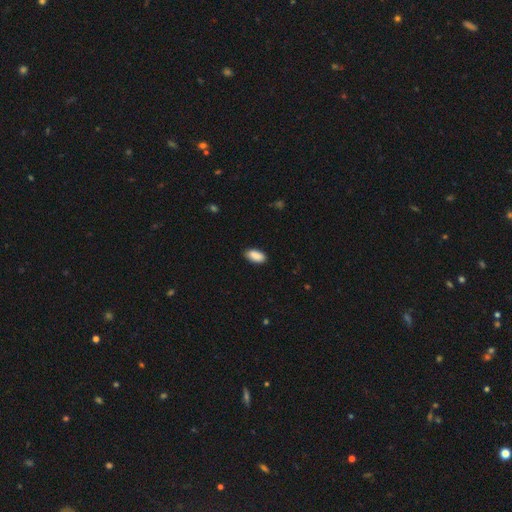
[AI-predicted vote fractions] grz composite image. It shows a smooth galaxy with no disk features (91%) that is in between round and cigar-shaped (93%). Merging: none (87%).